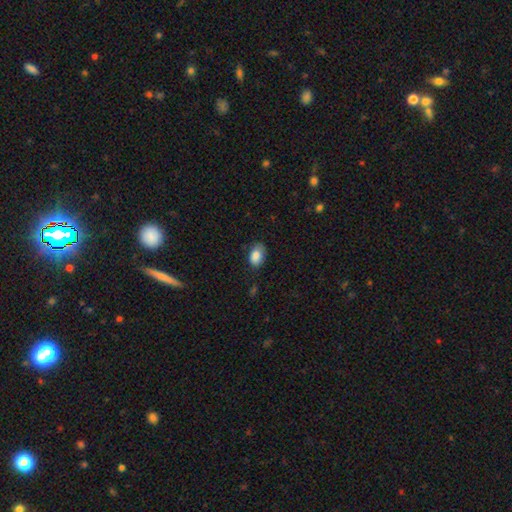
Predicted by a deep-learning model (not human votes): This appears to be a smooth galaxy with no disk features (86%) that is in between round and cigar-shaped (86%). Merging: none (70%).